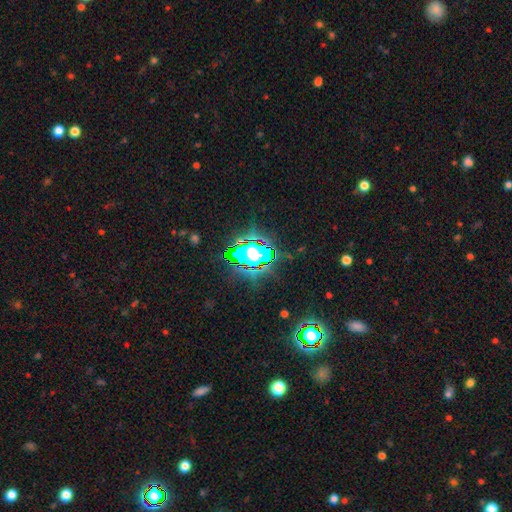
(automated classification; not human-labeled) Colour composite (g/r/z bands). It shows a star or artifact, not a galaxy (79%).